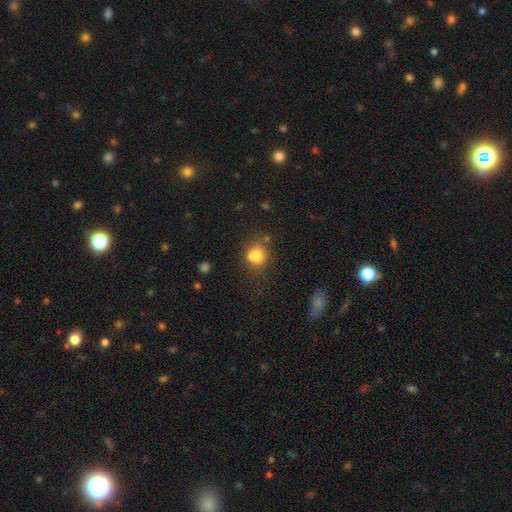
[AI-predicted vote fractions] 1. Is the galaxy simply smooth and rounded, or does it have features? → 76% smooth, 13% star or artifact, 11% featured or disk.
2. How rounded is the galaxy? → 73% round, 26% in between, 1% cigar-shaped.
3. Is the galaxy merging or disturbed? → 50% none, 27% merger, 16% minor disturbance, 7% major disturbance.